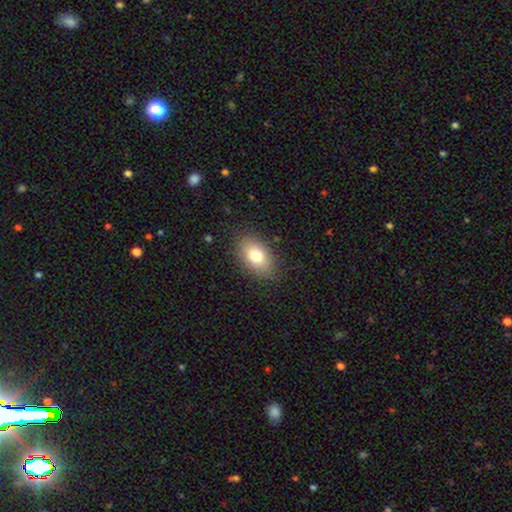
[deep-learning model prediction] This is likely a smooth galaxy (79%). How rounded: clearly in between (88%). Merging: clearly none (84%).